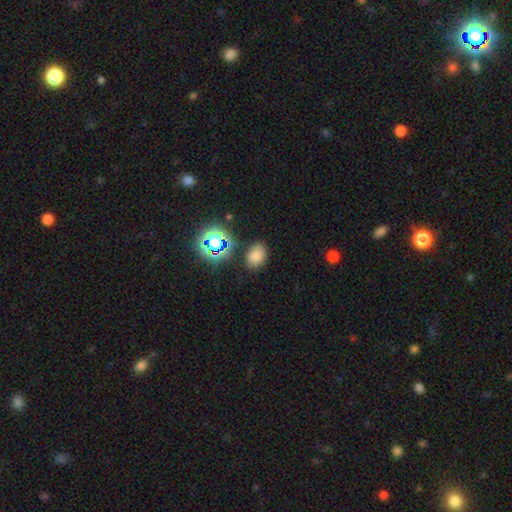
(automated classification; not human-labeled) A smooth galaxy with no disk features (74%) that is in between round and cigar-shaped (74%). Merging: none (83%).